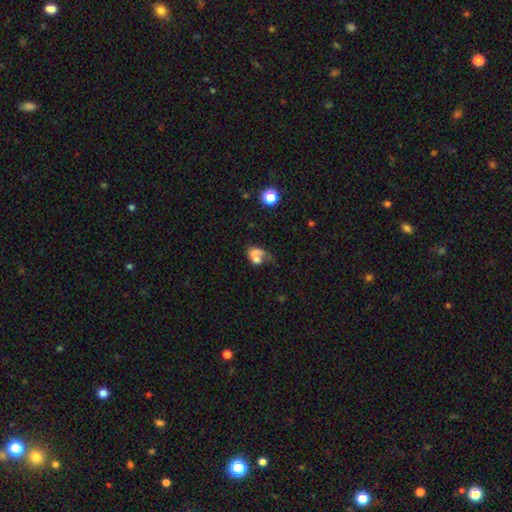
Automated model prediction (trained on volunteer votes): Smooth or featured: smooth — 50% (featured or disk — 37%)
How rounded: in between — 71% (round — 26%)
Merging: major disturbance — 34% (merger — 30%)